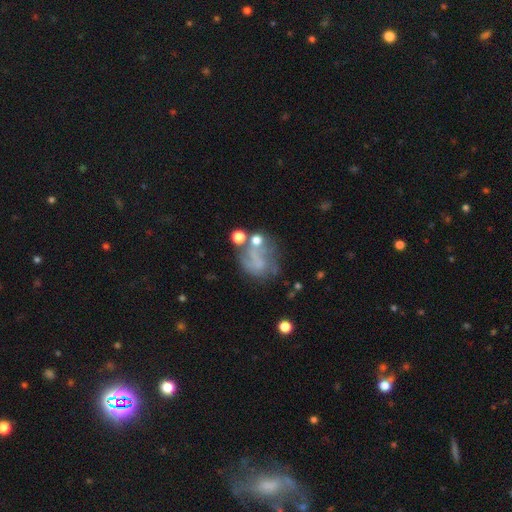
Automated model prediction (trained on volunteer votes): Smooth or featured?
  - featured or disk: 46% *
  - smooth: 34%
  - star or artifact: 19%
Merging?
  - none: 36% *
  - major disturbance: 30%
  - minor disturbance: 20%
  - merger: 15%